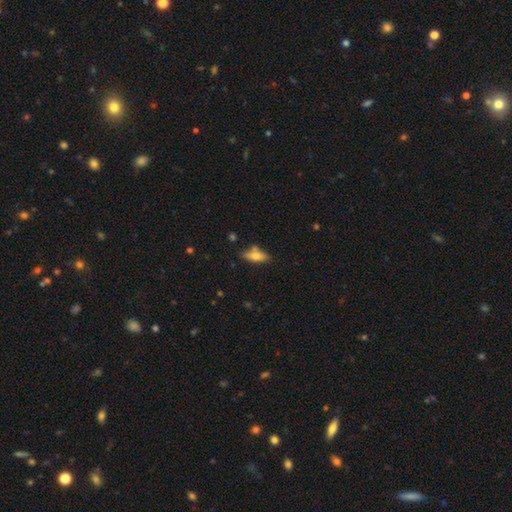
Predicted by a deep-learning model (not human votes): A smooth galaxy with no disk features (63%) that is in between round and cigar-shaped (59%).

Vote fractions:
- Smooth or featured? smooth: 63% / featured or disk: 30% / star or artifact: 7%
- How rounded? in between: 59% / cigar-shaped: 38% / round: 3%
- Merging? none: 70% / minor disturbance: 17% / merger: 9% / major disturbance: 4%